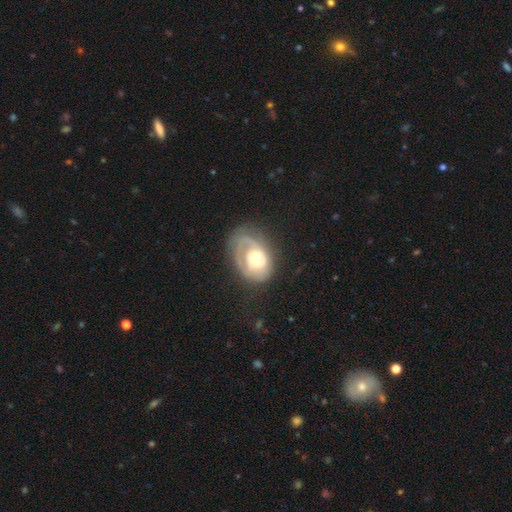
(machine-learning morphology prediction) type=featured or disk (69%); edge-on=no (96%); bar=no (69%); spiral arms=yes (76%); winding=tight (57%); arm count=1 (51%); bulge=moderate (63%); merging=none (52%).